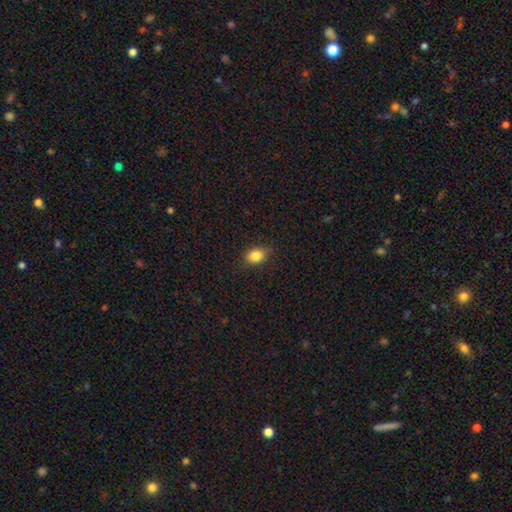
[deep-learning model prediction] Morphology: type=smooth (84%); roundness=in between (63%); merging=none (80%).